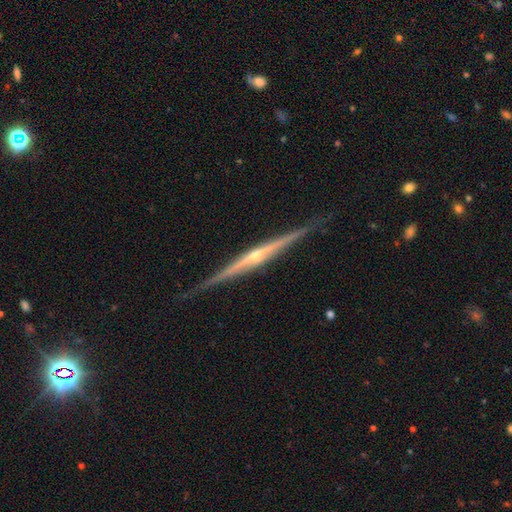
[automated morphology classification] smooth-or-featured: featured or disk: 87% | smooth: 8% | star or artifact: 5%
  disk-edge-on: yes: 98% | no: 2%
    edge-on-bulge: rounded: 81% | none: 14% | boxy: 5%
  merging: none: 88% | minor disturbance: 9% | major disturbance: 2% | merger: 1%